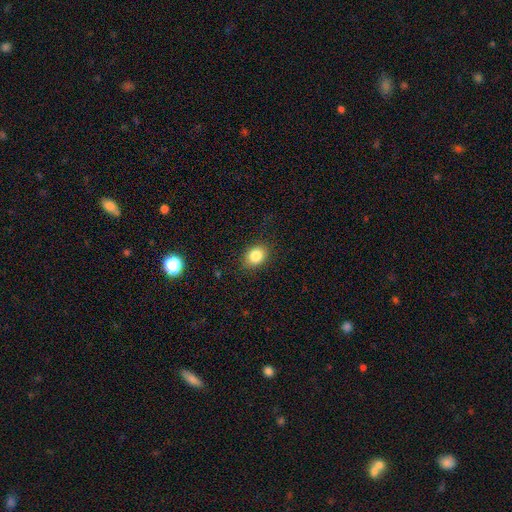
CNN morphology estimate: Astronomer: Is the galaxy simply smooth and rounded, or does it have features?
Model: smooth — 85%.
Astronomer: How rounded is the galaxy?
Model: in between — 59% (runner-up: round, 40%).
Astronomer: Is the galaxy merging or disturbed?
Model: none — 86%.